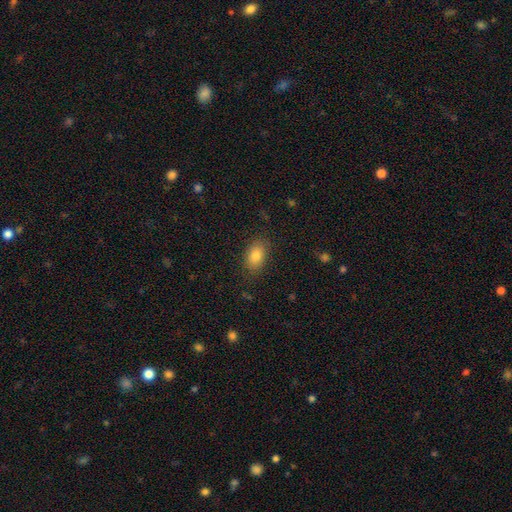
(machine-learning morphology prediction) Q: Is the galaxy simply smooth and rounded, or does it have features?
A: smooth — 84%.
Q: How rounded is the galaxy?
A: in between — 87%.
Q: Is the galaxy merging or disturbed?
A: none — 85%.